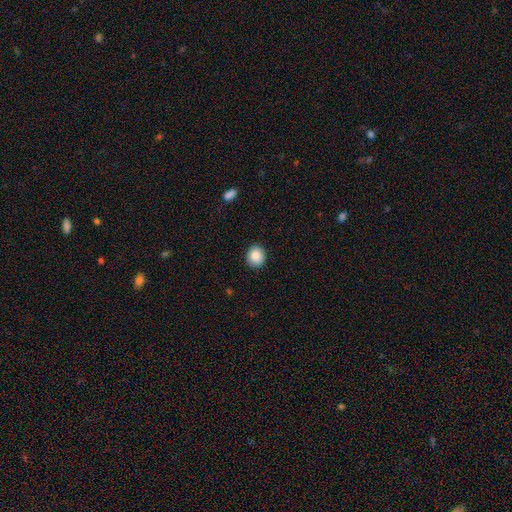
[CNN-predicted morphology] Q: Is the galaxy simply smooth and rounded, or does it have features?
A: smooth — 86%.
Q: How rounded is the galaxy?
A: round — 78%.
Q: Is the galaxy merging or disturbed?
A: none — 90%.